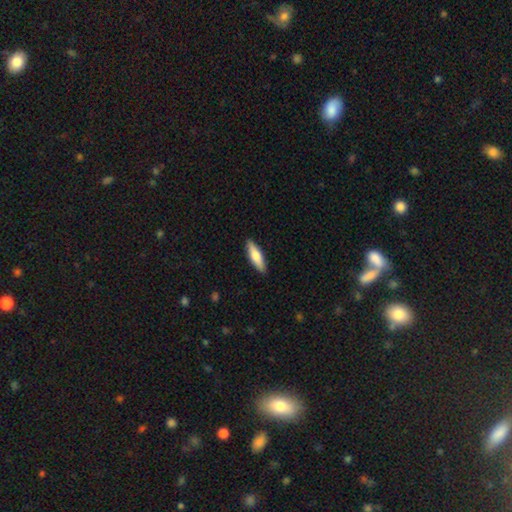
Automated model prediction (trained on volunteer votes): smooth 66%, featured or disk 29%, star or artifact 5%. Down the decision tree: how rounded — cigar-shaped (62%); merging — none (90%).